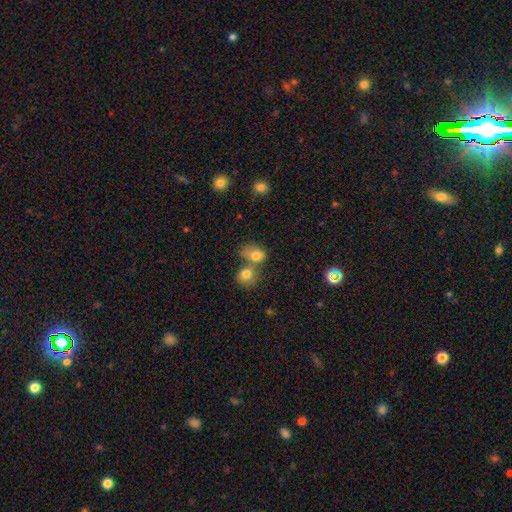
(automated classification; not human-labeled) smooth-or-featured: smooth: 78% | star or artifact: 11% | featured or disk: 10%
  how-rounded: in between: 55% | round: 44% | cigar-shaped: 1%
  merging: merger: 53% | none: 31% | minor disturbance: 11% | major disturbance: 6%